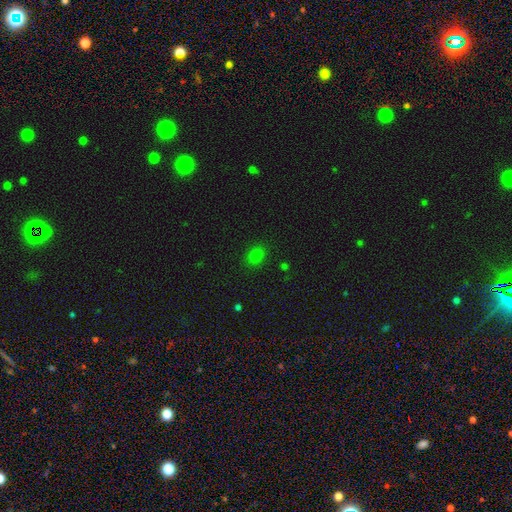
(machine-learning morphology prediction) smooth 77%, star or artifact 18%, featured or disk 6%. Down the decision tree: how rounded — round (54%); merging — none (86%).